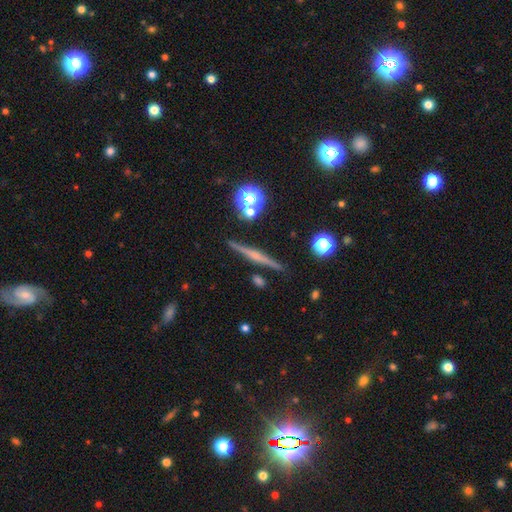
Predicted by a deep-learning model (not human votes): Smooth or featured? featured or disk (68%)
Edge-on disk? yes (98%)
Edge-on bulge? rounded (57%)
Merging? none (90%)